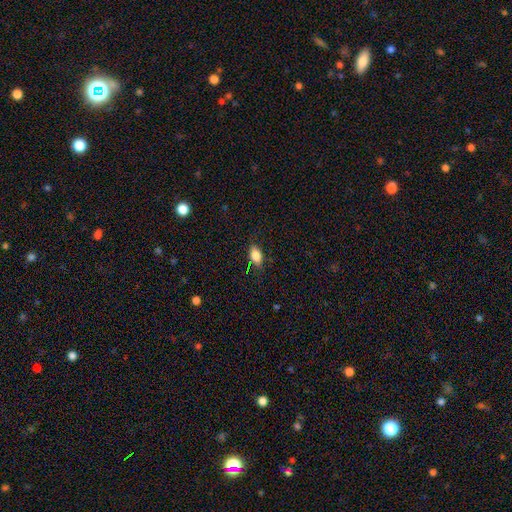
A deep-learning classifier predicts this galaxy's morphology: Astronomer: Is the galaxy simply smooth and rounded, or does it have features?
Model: smooth — 83%.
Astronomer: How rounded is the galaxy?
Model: in between — 87%.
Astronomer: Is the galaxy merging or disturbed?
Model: none — 79%.